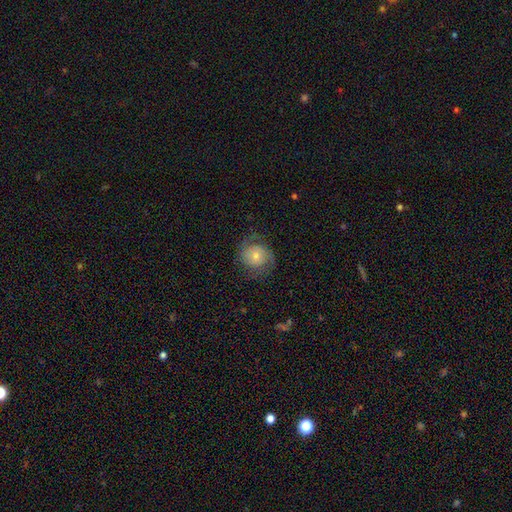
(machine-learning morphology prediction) Smooth or featured? featured or disk (66%)
Edge-on disk? no (97%)
Bar? no (72%)
Spiral arms? yes (90%)
Spiral winding? tight (42%, tied with medium)
Spiral arm count? 2 (75%)
Bulge size? small (50%)
Merging? none (72%)